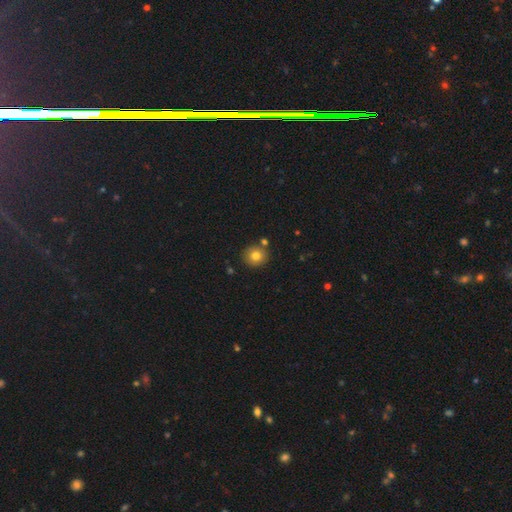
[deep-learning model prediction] This is likely a smooth galaxy (79%). How rounded: clearly round (88%). Merging: clearly none (81%).